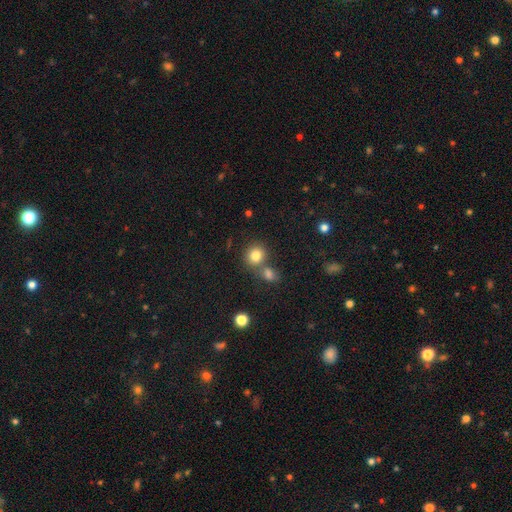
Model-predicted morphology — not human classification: Q: Smooth or featured?
A: smooth (81%); runner-up: star or artifact (12%)
Q: How rounded?
A: round (82%); runner-up: in between (17%)
Q: Merging?
A: none (61%); runner-up: merger (28%)